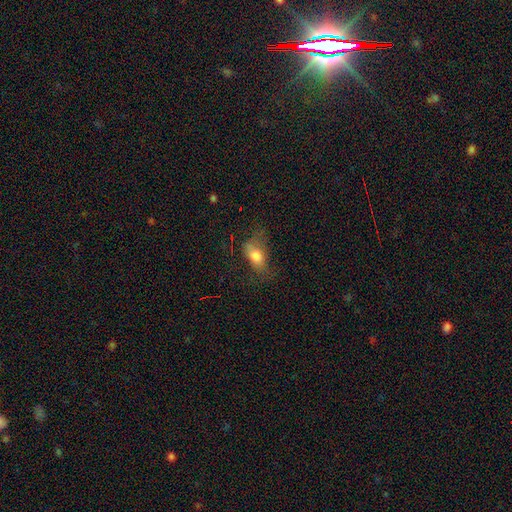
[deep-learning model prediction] Smooth or featured: smooth — 70% (featured or disk — 18%)
How rounded: in between — 84% (round — 9%)
Merging: none — 39% (major disturbance — 31%)